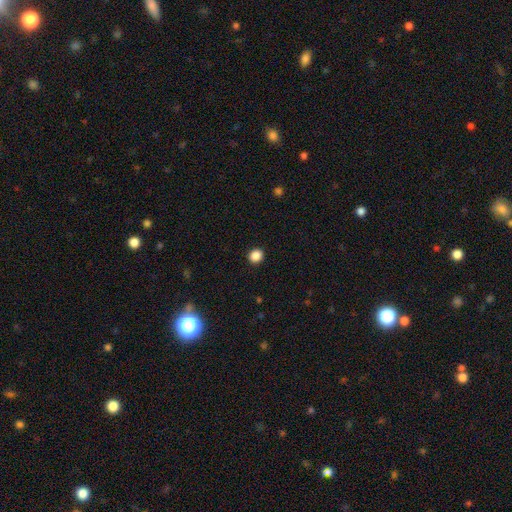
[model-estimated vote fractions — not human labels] A smooth galaxy with no disk features (87%) that is round (82%). Merging: none (92%).